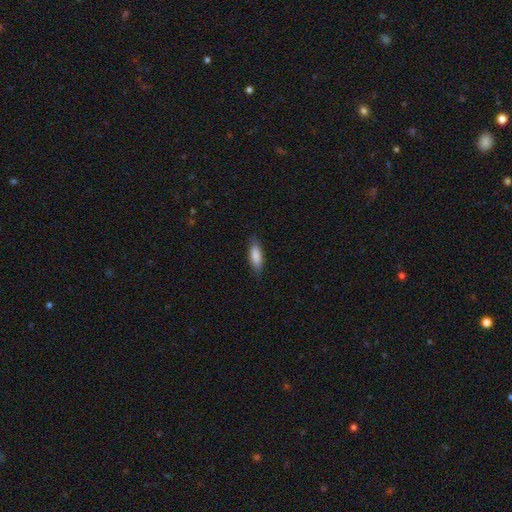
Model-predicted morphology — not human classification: Smooth or featured: smooth — 85% (featured or disk — 10%)
How rounded: in between — 60% (cigar-shaped — 38%)
Merging: none — 84% (minor disturbance — 13%)